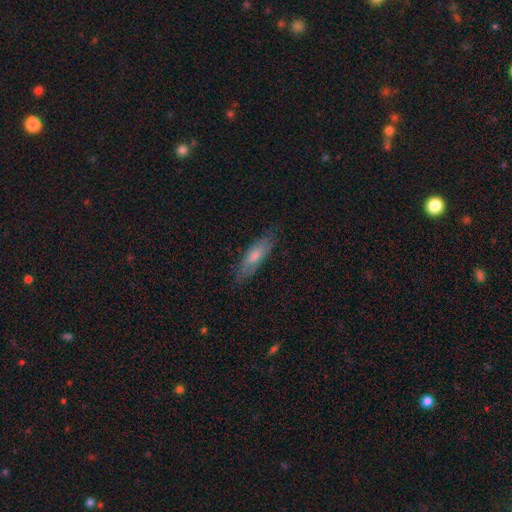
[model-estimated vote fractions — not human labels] A smooth galaxy with no disk features (46%). Merging: none (86%).